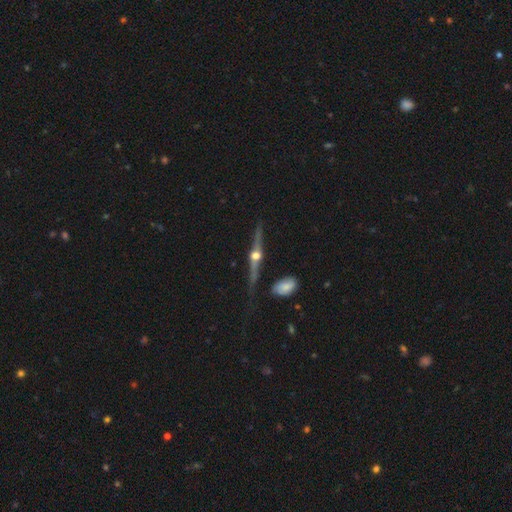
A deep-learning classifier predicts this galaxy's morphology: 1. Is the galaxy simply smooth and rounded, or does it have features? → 85% featured or disk, 9% smooth, 6% star or artifact.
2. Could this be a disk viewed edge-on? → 96% yes, 4% no.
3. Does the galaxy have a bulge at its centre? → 96% rounded, 2% boxy, 2% none.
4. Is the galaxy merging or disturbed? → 80% none, 13% minor disturbance, 4% merger, 4% major disturbance.